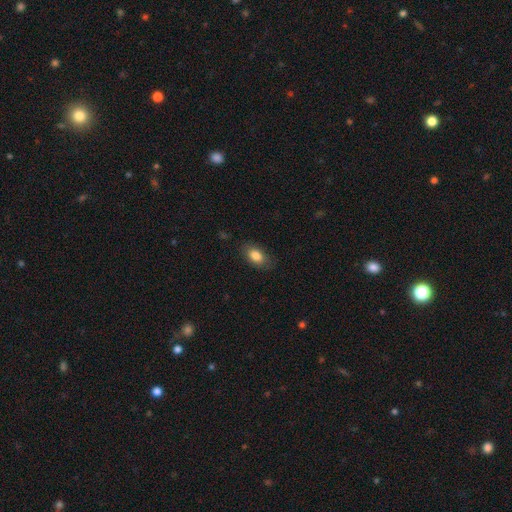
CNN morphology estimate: Smooth or featured? smooth (84%)
How rounded? in between (89%)
Merging? none (81%)